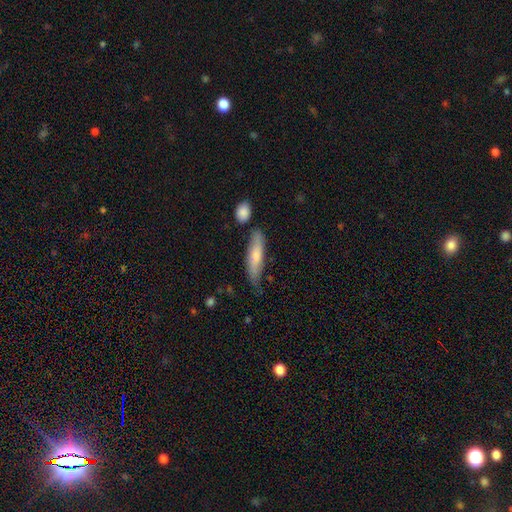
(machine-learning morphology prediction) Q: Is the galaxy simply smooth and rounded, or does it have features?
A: smooth — 69%.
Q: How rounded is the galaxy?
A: cigar-shaped — 70%.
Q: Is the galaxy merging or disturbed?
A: none — 64%.